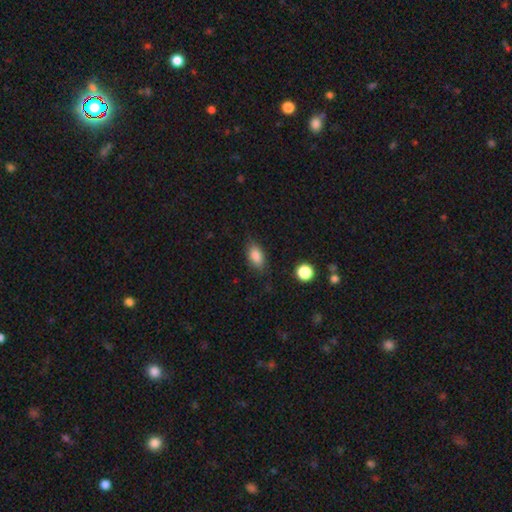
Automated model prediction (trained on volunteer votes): smooth-or-featured: smooth: 84% | star or artifact: 9% | featured or disk: 7%
  how-rounded: in between: 87% | round: 9% | cigar-shaped: 5%
  merging: none: 77% | minor disturbance: 17% | major disturbance: 5% | merger: 2%